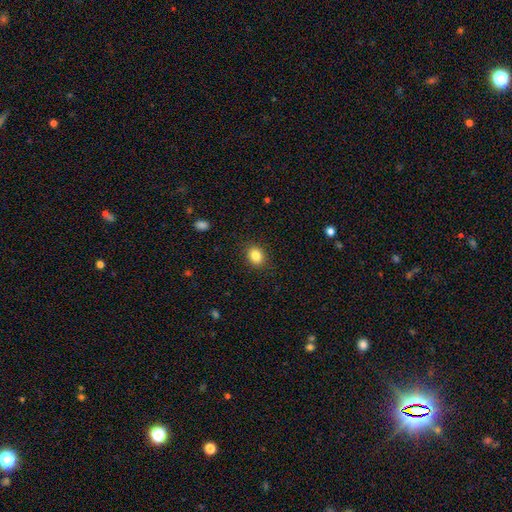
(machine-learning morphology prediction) Smooth or featured? Predicted: smooth (p=0.85). How rounded? Predicted: in between (p=0.55). Merging? Predicted: none (p=0.88).